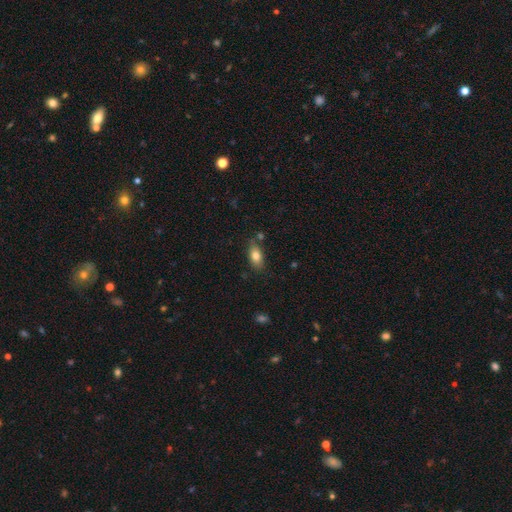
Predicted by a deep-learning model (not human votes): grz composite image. It shows a smooth galaxy with no disk features (79%) that is in between round and cigar-shaped (88%). Merging: none (76%).